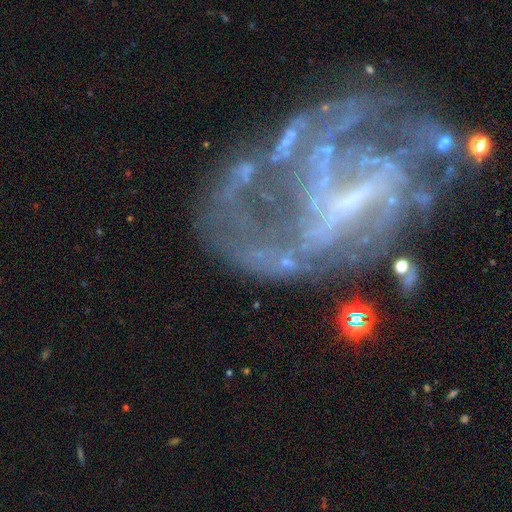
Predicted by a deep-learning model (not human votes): The model was most divided on "bulge size": small: 40%, moderate: 28%, none: 23%, large: 6%, dominant: 3%. Remaining: edge-on disk — no (91%); spiral arms — yes (62%); smooth or featured — featured or disk (60%); merging — none (57%); bar — no (44%).